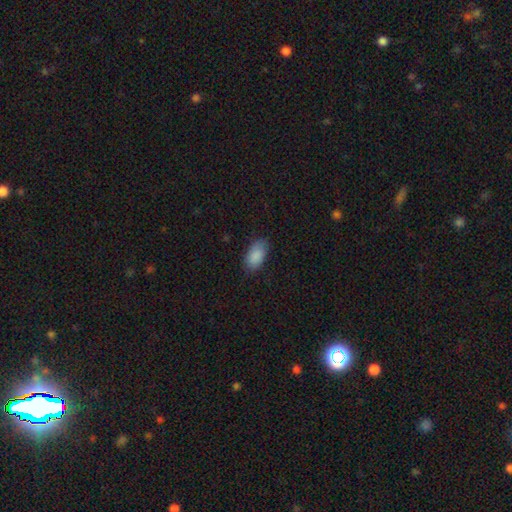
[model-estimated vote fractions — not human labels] This appears to be a smooth galaxy with no disk features (89%) that is in between round and cigar-shaped (94%). Merging: none (80%).